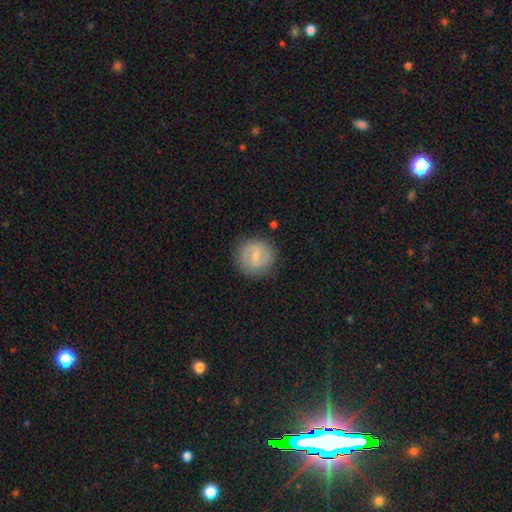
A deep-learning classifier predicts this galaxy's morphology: A smooth galaxy with no disk features (54%) that is round (91%). Merging: none (84%).